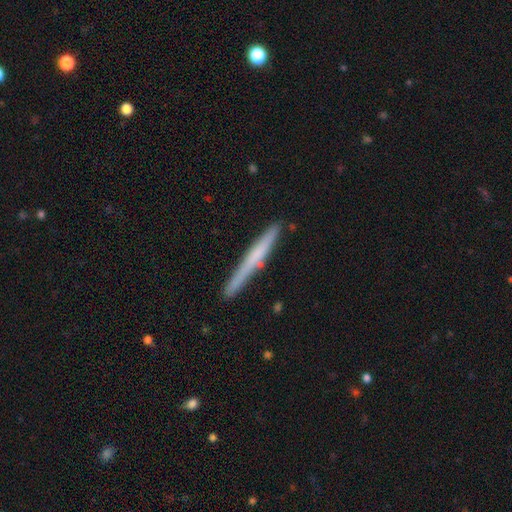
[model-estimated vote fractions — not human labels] A smooth galaxy with no disk features (51%) that is cigar-shaped (97%). Merging: none (84%).